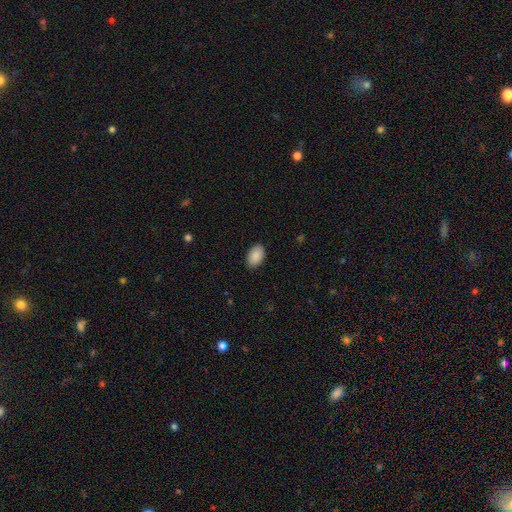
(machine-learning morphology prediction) The model was most divided on "merging": none: 88%, minor disturbance: 9%, major disturbance: 2%, merger: 1%. More confident: how rounded — in between (91%); smooth or featured — smooth (91%).